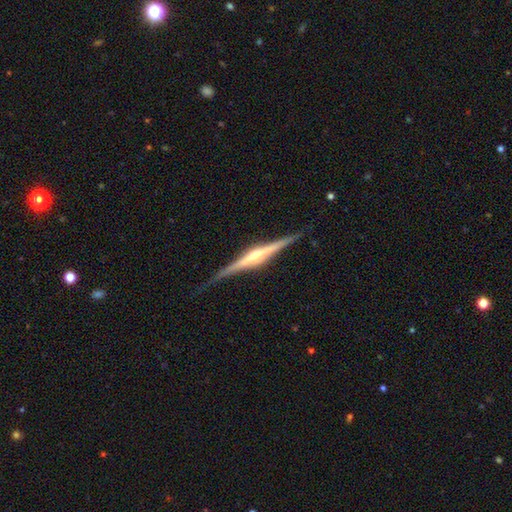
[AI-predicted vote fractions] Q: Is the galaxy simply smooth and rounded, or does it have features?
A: featured or disk — 85%.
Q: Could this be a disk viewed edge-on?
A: yes — 98%.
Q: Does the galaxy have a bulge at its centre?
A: rounded — 82%.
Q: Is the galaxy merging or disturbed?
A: none — 86%.